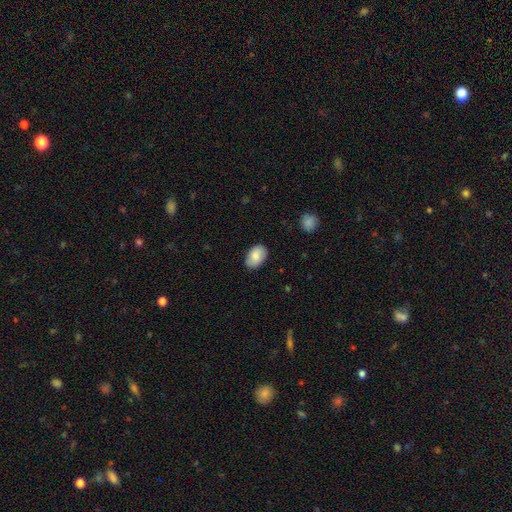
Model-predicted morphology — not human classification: Smooth or featured: smooth — 82% (featured or disk — 12%)
How rounded: in between — 89% (round — 10%)
Merging: none — 84% (minor disturbance — 13%)